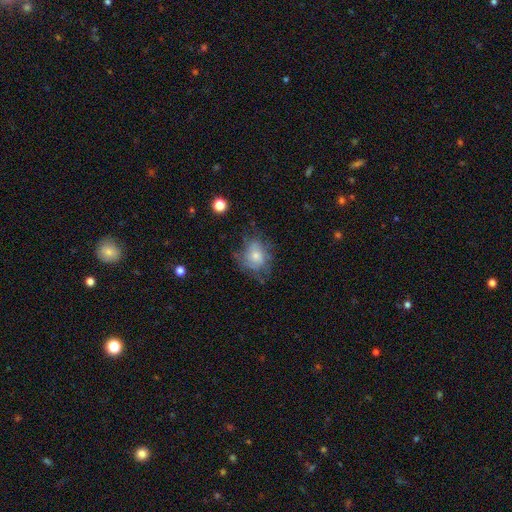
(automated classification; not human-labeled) Morphology: type=featured or disk (49%); merging=none (52%).